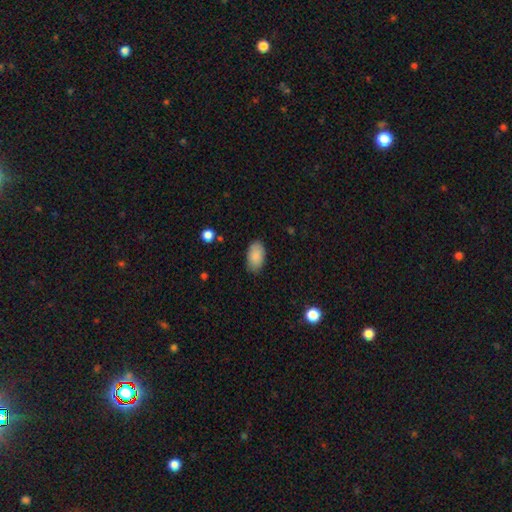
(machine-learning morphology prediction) Smooth or featured: smooth — 87% (featured or disk — 7%)
How rounded: in between — 94% (round — 4%)
Merging: none — 84% (minor disturbance — 13%)